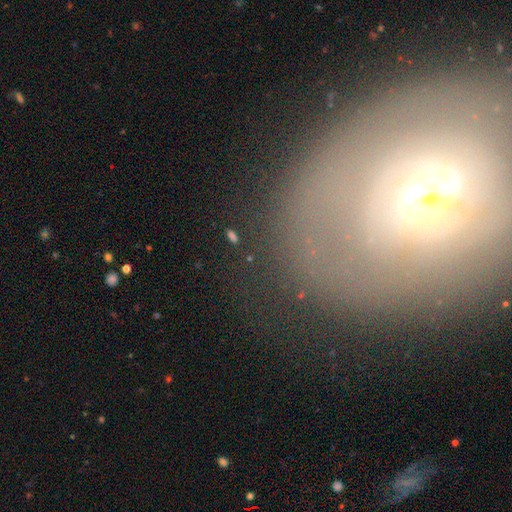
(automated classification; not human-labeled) Morphology: type=featured or disk (70%); edge-on=no (95%); bar=weak (45%); spiral arms=yes (76%); winding=tight (67%); arm count=can't tell (43%); bulge=moderate (50%); merging=none (73%).